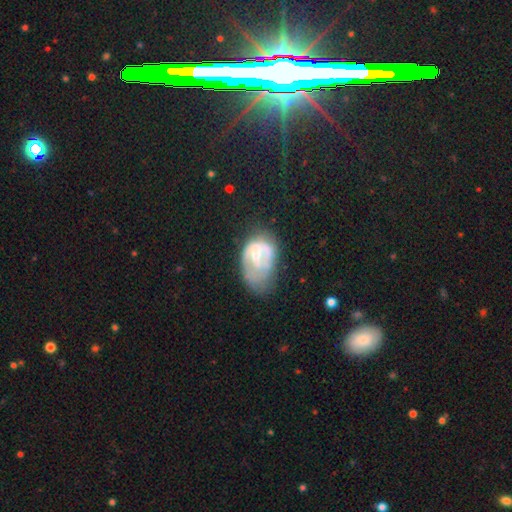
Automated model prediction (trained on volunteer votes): Smooth or featured: featured or disk — 59% (smooth — 33%)
Edge-on disk: no — 96% (yes — 4%)
Bar: weak — 45% (no — 35%)
Spiral arms: no — 52% (yes — 48%)
Bulge size: small — 41% (moderate — 39%)
Merging: major disturbance — 37% (minor disturbance — 32%)